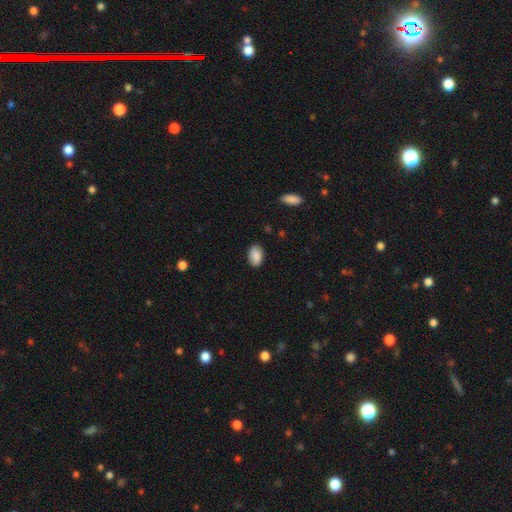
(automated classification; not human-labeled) A smooth galaxy with no disk features (87%) that is in between round and cigar-shaped (92%).

Vote fractions:
- Smooth or featured? smooth: 87% / star or artifact: 7% / featured or disk: 6%
- How rounded? in between: 92% / round: 7% / cigar-shaped: 1%
- Merging? none: 85% / minor disturbance: 12% / major disturbance: 2% / merger: 1%